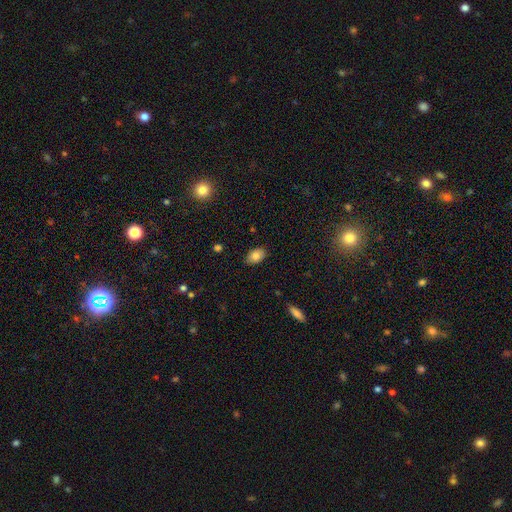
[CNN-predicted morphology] Q: Smooth or featured?
A: smooth (83%); runner-up: featured or disk (9%)
Q: How rounded?
A: in between (89%); runner-up: round (9%)
Q: Merging?
A: none (85%); runner-up: minor disturbance (12%)